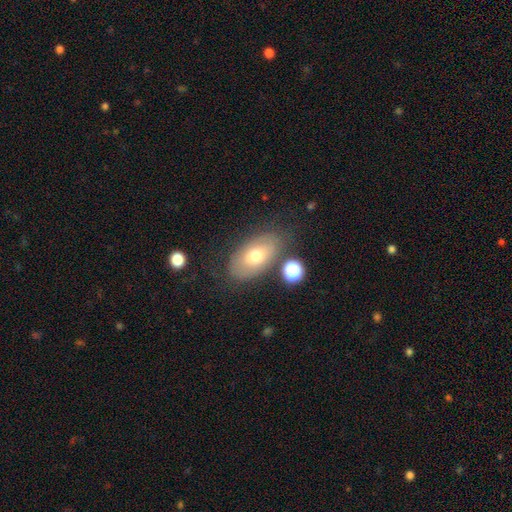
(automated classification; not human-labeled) A smooth galaxy with no disk features (61%) that is in between round and cigar-shaped (91%).

Vote fractions:
- Smooth or featured? smooth: 61% / featured or disk: 30% / star or artifact: 9%
- How rounded? in between: 91% / round: 7% / cigar-shaped: 2%
- Merging? none: 72% / minor disturbance: 16% / major disturbance: 6% / merger: 5%